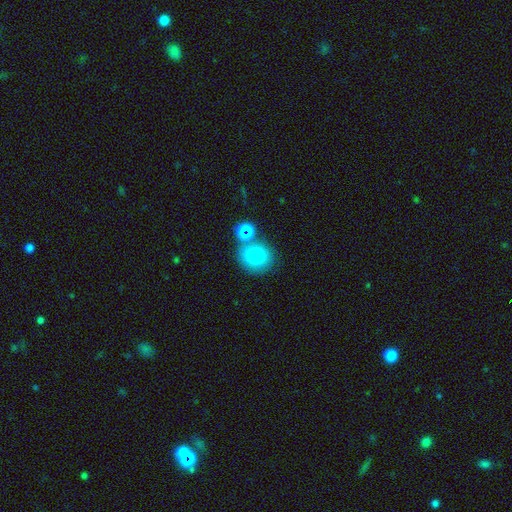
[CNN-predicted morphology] The model was most divided on "merging": none: 69%, merger: 16%, minor disturbance: 11%, major disturbance: 4%. More confident: how rounded — round (81%); smooth or featured — smooth (81%).